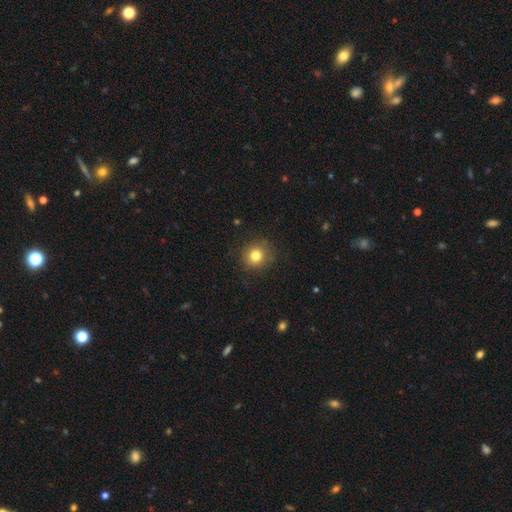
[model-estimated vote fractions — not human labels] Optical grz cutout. It shows a smooth galaxy with no disk features (80%) that is round (91%). Merging: none (88%).